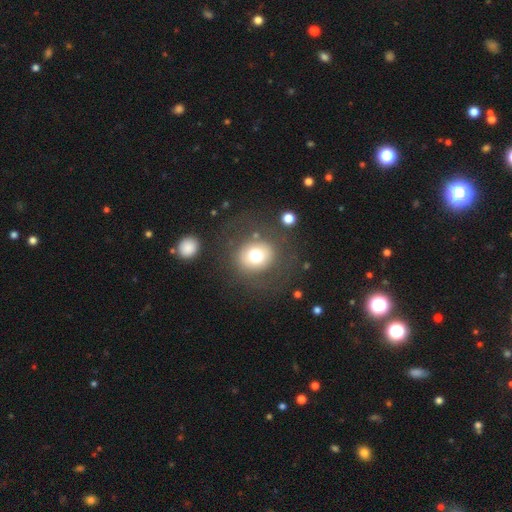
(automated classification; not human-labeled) Q: Smooth or featured?
A: smooth (69%); runner-up: featured or disk (19%)
Q: How rounded?
A: round (83%); runner-up: in between (16%)
Q: Merging?
A: none (73%); runner-up: minor disturbance (12%)